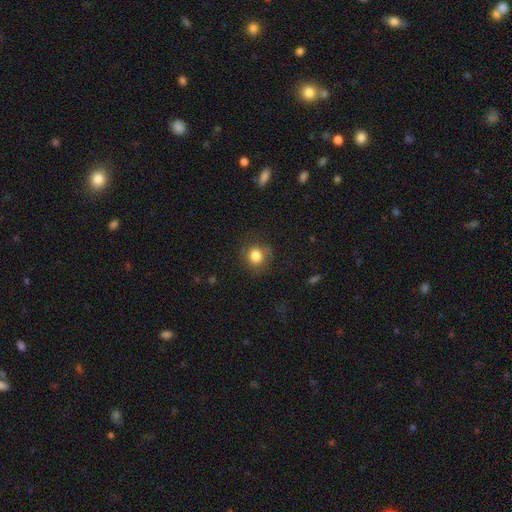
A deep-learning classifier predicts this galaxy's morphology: A smooth galaxy with no disk features (81%) that is round (78%).

Vote fractions:
- Smooth or featured? smooth: 81% / star or artifact: 10% / featured or disk: 9%
- How rounded? round: 78% / in between: 21% / cigar-shaped: 1%
- Merging? none: 76% / minor disturbance: 16% / major disturbance: 7% / merger: 1%